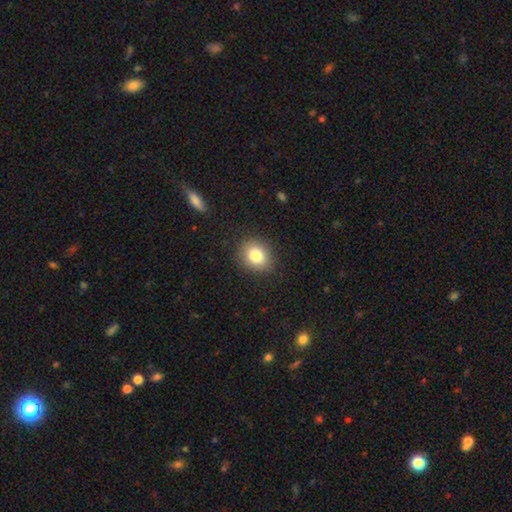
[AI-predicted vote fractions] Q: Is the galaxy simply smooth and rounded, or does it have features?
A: smooth — 81%.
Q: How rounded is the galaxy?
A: round — 65%.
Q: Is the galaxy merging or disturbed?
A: none — 88%.